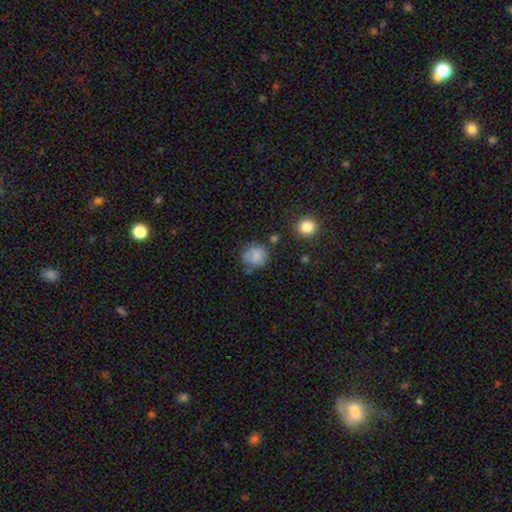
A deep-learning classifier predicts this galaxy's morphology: Overall: smooth (80%). How rounded: round (82%). Merging: none (67%).